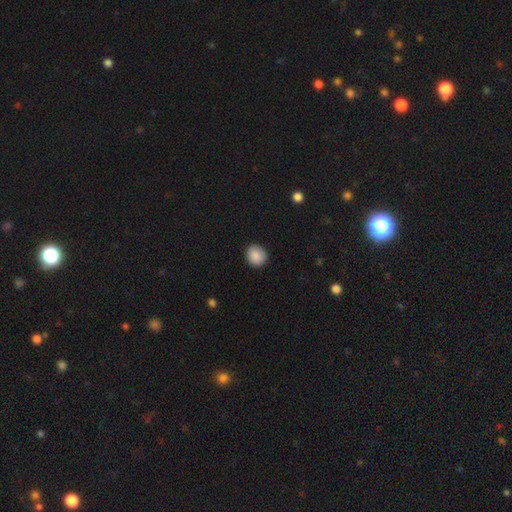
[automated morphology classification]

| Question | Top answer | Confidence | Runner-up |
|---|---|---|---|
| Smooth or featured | smooth | 89% | star or artifact (8%) |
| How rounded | round | 82% | in between (17%) |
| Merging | none | 89% | minor disturbance (8%) |